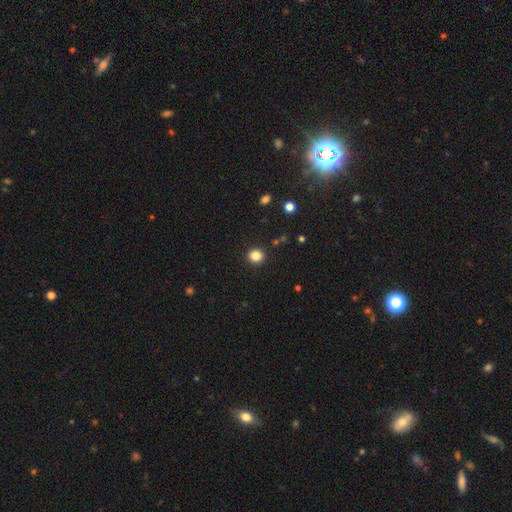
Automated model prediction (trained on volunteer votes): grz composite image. It shows a smooth galaxy with no disk features (84%) that is round (90%). Merging: none (92%).